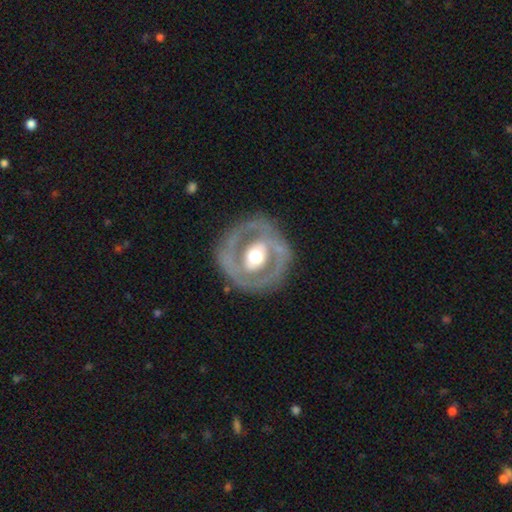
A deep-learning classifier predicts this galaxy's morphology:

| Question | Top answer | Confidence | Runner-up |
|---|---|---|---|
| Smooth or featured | featured or disk | 74% | smooth (21%) |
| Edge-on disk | no | 95% | yes (5%) |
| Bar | no | 47% | weak (31%) |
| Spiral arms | no | 60% | yes (40%) |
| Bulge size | moderate | 64% | large (26%) |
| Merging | none | 78% | minor disturbance (14%) |